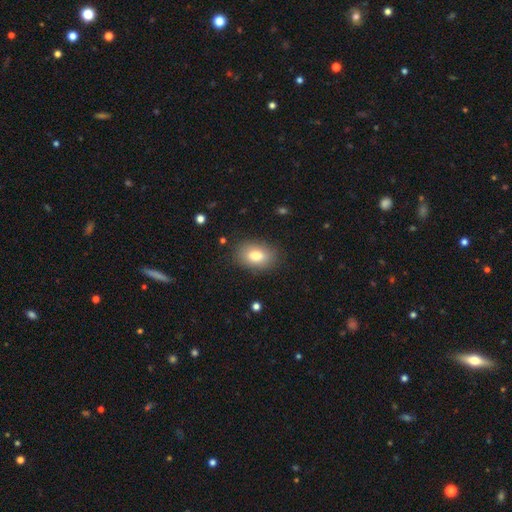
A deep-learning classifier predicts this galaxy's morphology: A smooth galaxy with no disk features (81%) that is in between round and cigar-shaped (85%). Merging: none (83%).